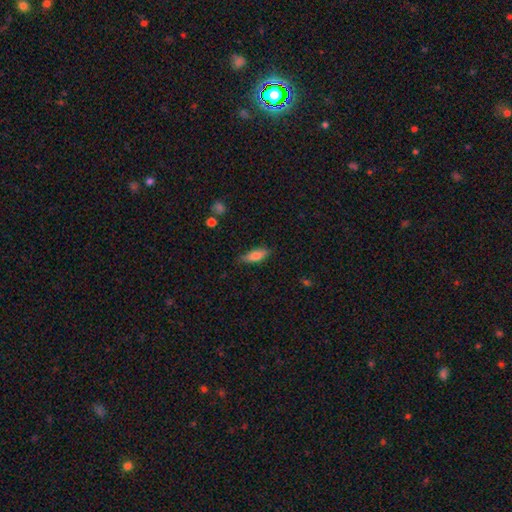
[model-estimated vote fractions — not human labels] A smooth galaxy with no disk features (76%) that is in between round and cigar-shaped (62%).

Vote fractions:
- Smooth or featured? smooth: 76% / featured or disk: 17% / star or artifact: 7%
- How rounded? in between: 62% / cigar-shaped: 36% / round: 2%
- Merging? none: 77% / minor disturbance: 18% / major disturbance: 3% / merger: 2%